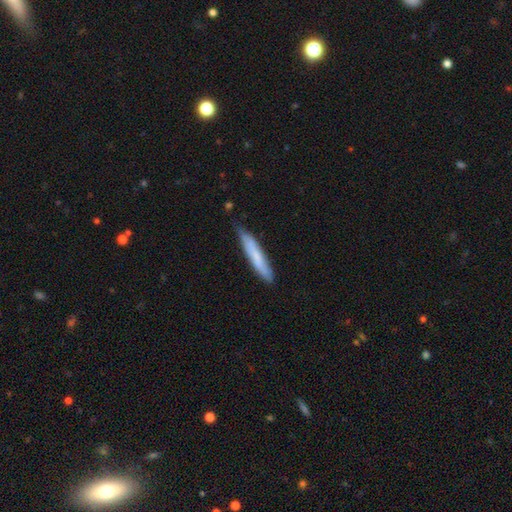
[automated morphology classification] A smooth galaxy with no disk features (69%) that is cigar-shaped (92%).

Vote fractions:
- Smooth or featured? smooth: 69% / featured or disk: 25% / star or artifact: 6%
- How rounded? cigar-shaped: 92% / in between: 6% / round: 1%
- Merging? none: 76% / minor disturbance: 20% / major disturbance: 3% / merger: 2%